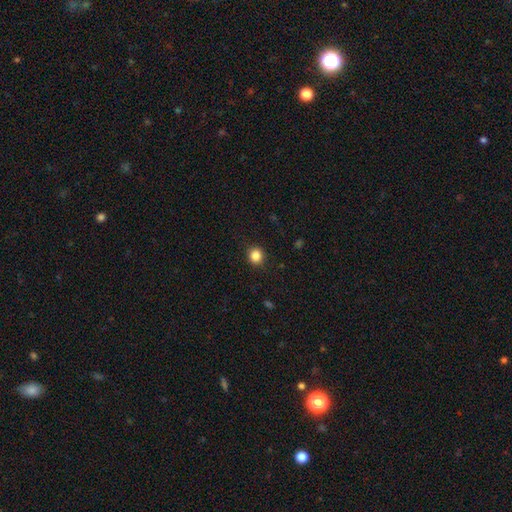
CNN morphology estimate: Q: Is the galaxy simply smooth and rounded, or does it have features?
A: smooth — 85%.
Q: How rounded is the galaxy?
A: round — 87%.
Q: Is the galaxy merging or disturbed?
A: none — 89%.